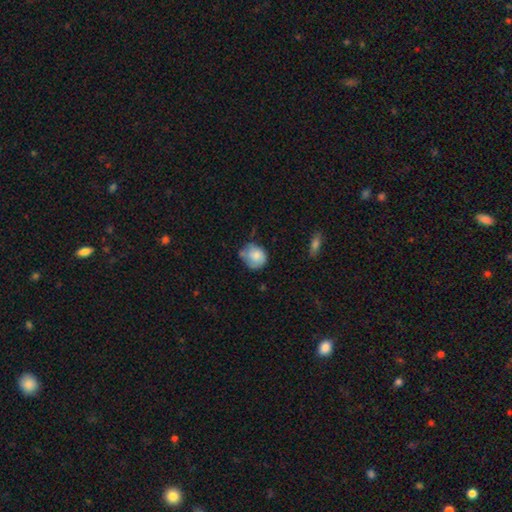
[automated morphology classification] smooth_or_featured: smooth (p=0.76) [alt: featured or disk p=0.17]
how_rounded: round (p=0.73) [alt: in between p=0.26]
merging: none (p=0.48) [alt: minor disturbance p=0.36]